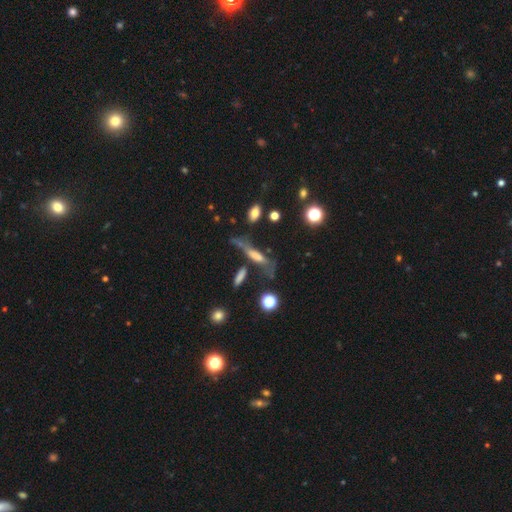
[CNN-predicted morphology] Smooth or featured? featured or disk (47%)
Merging? none (41%)